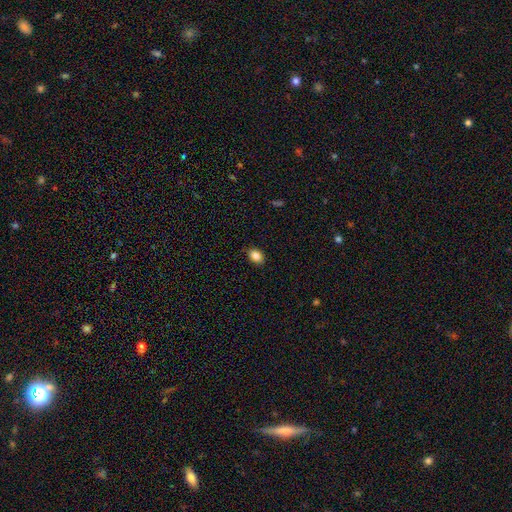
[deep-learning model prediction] Morphology: type=smooth (85%); roundness=in between (74%); merging=none (86%).